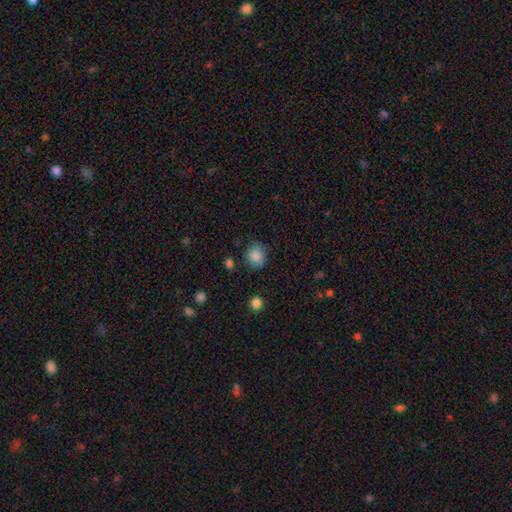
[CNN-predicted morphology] type=smooth (86%); roundness=round (73%); merging=none (76%).